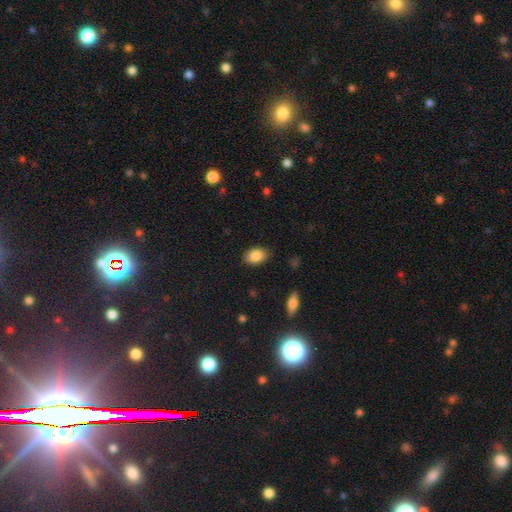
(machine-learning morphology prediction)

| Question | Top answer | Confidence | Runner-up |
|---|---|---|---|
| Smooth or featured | smooth | 86% | star or artifact (8%) |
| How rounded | in between | 81% | round (18%) |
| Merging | none | 83% | minor disturbance (13%) |